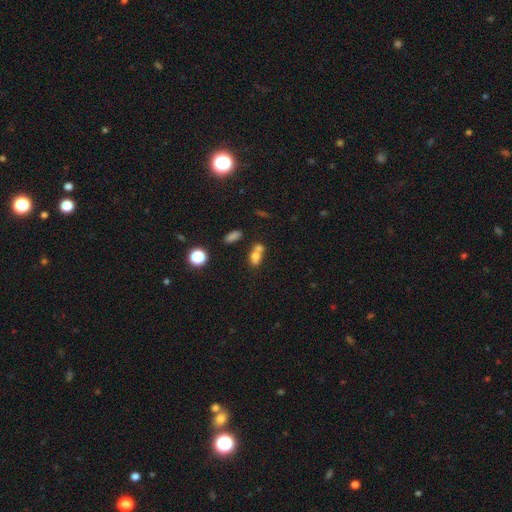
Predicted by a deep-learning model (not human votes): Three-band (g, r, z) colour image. It shows a smooth galaxy with no disk features (69%) that is in between round and cigar-shaped (63%). Merging: merger (60%).